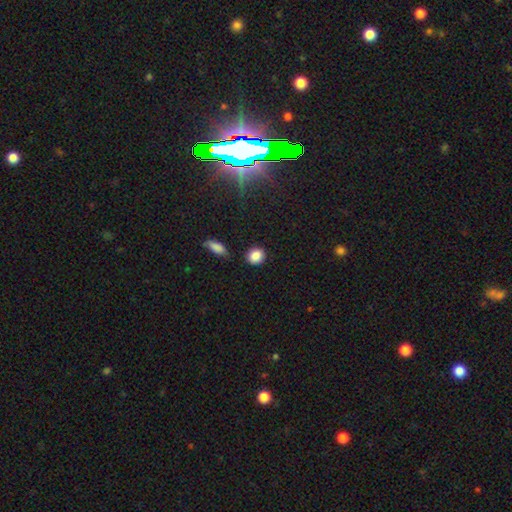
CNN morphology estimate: type=smooth (85%); roundness=round (72%); merging=none (82%).